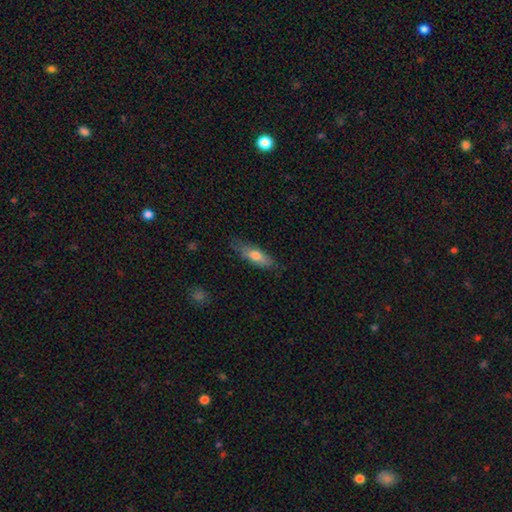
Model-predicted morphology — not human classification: Smooth or featured: smooth — 69% (featured or disk — 25%)
How rounded: in between — 51% (cigar-shaped — 47%)
Merging: none — 72% (minor disturbance — 22%)